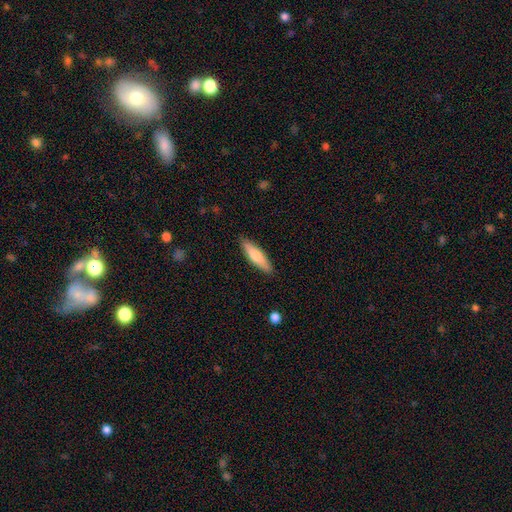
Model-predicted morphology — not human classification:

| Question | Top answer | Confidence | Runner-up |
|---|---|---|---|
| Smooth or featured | smooth | 72% | featured or disk (23%) |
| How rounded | cigar-shaped | 68% | in between (30%) |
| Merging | none | 88% | minor disturbance (9%) |